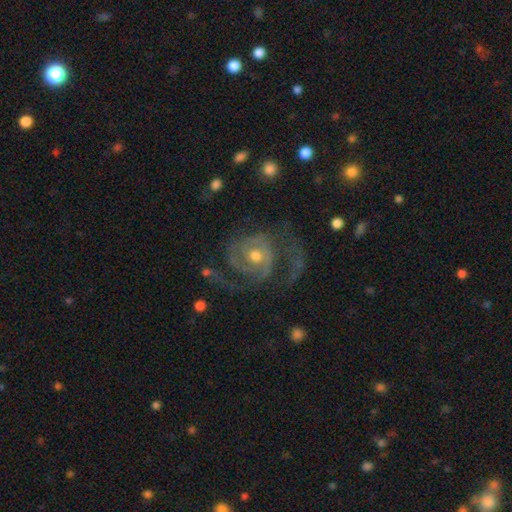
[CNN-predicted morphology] smooth-or-featured: featured or disk: 86% | smooth: 9% | star or artifact: 6%
  disk-edge-on: no: 98% | yes: 2%
    bar: no: 70% | weak: 24% | strong: 6%
    has-spiral-arms: yes: 94% | no: 6%
      spiral-winding: medium: 45% | tight: 37% | loose: 18%
      spiral-arm-count: 2: 56% | 3: 16% | can't tell: 11% | 1: 9% | 4: 4% | more than 4: 4%
    bulge-size: moderate: 70% | small: 23% | large: 5% | none: 1% | dominant: 1%
  merging: none: 55% | major disturbance: 25% | minor disturbance: 18% | merger: 2%